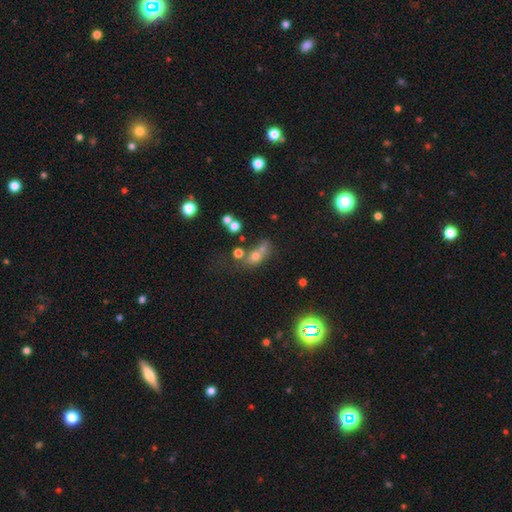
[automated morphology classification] smooth 57%, star or artifact 25%, featured or disk 18%. Down the decision tree: how rounded — in between (48%); merging — merger (39%).